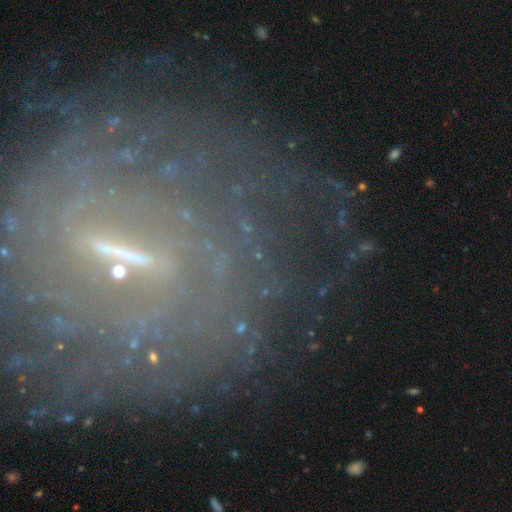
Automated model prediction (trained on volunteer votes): This is likely a featured or disk galaxy (67%). It is clearly not viewed edge-on (82%). Bar: possibly strong (51%). Spiral arm pattern: possibly yes (60%). Central bulge: marginally small (45%). Merging: likely none (65%).